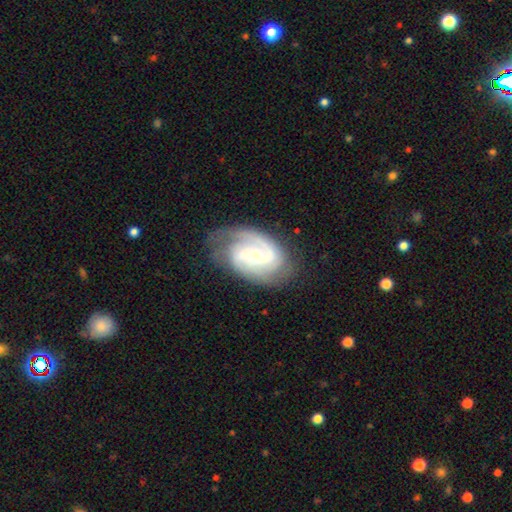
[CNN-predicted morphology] featured or disk 89%, smooth 6%, star or artifact 4%. Down the decision tree: edge-on disk — no (97%); bar — weak (48%); spiral arms — yes (98%); spiral arm count — 2 (64%); spiral winding — medium (47%); bulge size — small (48%, tied with moderate); merging — none (72%).